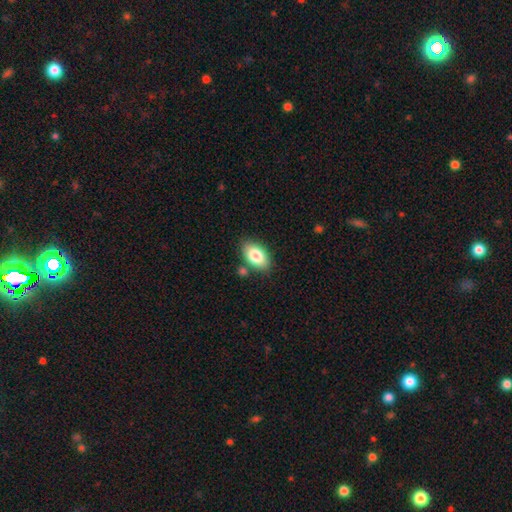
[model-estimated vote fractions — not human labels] Overall: smooth (83%). How rounded: in between (92%). Merging: none (78%).